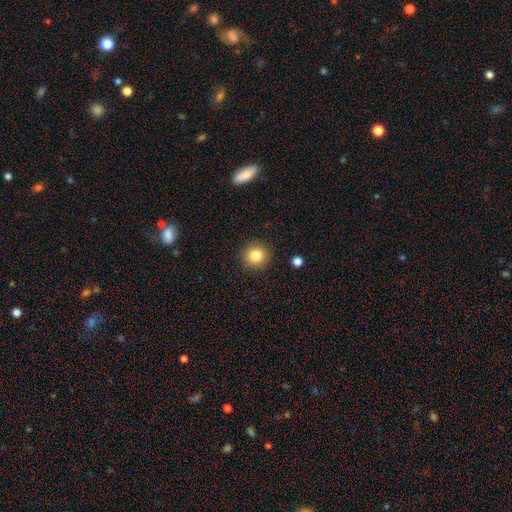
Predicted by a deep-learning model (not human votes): This is clearly a smooth galaxy (82%). How rounded: clearly round (93%). Merging: clearly none (91%).